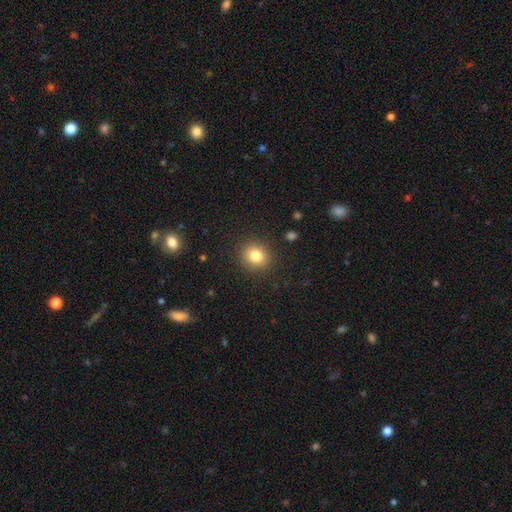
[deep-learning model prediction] Smooth or featured: smooth — 81% (star or artifact — 11%)
How rounded: round — 83% (in between — 16%)
Merging: none — 89% (minor disturbance — 7%)